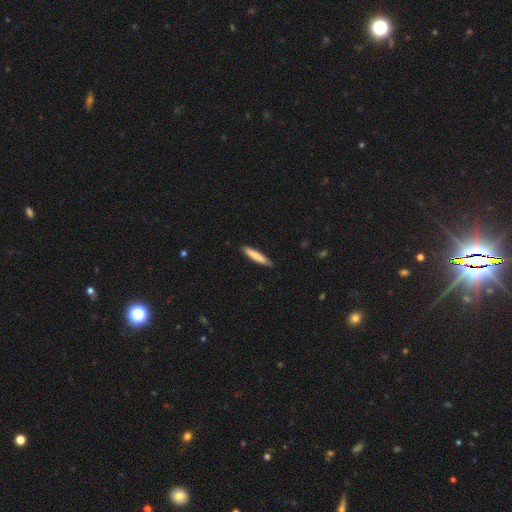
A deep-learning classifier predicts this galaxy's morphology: smooth_or_featured: smooth (p=0.80) [alt: featured or disk p=0.15]
how_rounded: cigar-shaped (p=0.92) [alt: in between p=0.07]
merging: none (p=0.89) [alt: minor disturbance p=0.08]